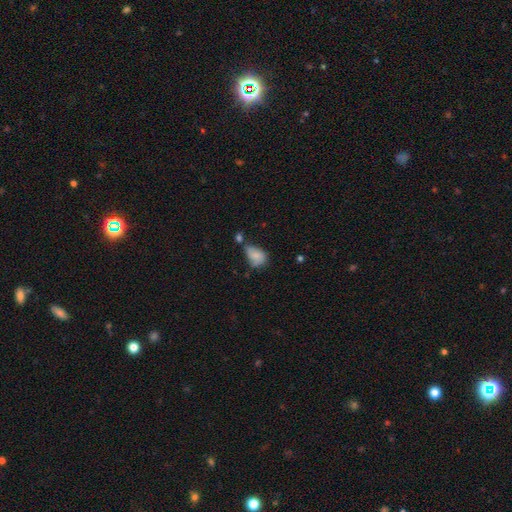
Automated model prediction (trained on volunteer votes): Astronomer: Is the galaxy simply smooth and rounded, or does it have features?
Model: smooth — 76%.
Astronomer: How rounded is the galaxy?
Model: in between — 78%.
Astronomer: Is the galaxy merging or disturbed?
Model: minor disturbance — 35% (runner-up: none, 32%).